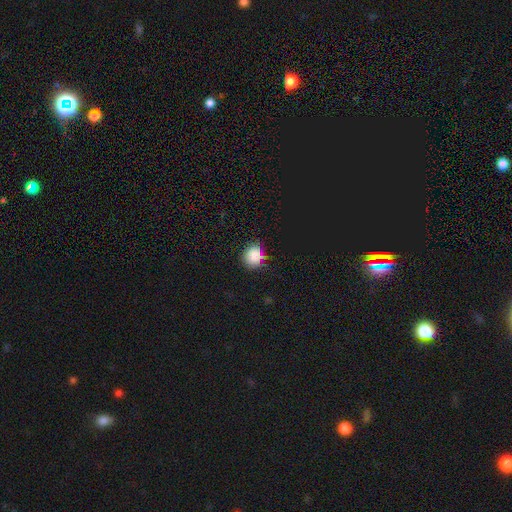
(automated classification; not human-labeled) smooth 78%, star or artifact 17%, featured or disk 5%. Down the decision tree: how rounded — round (73%); merging — none (78%).